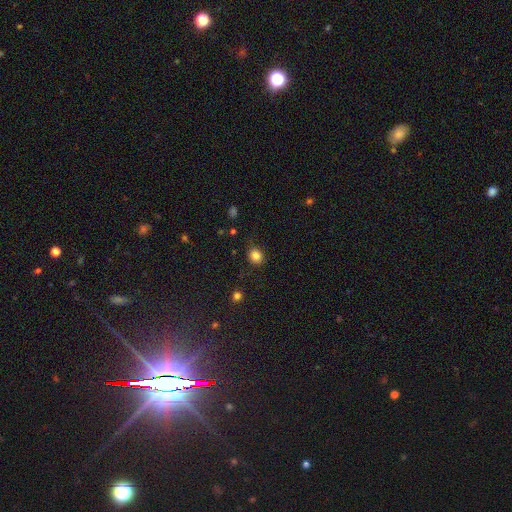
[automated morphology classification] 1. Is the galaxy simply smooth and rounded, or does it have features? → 84% smooth, 11% star or artifact, 5% featured or disk.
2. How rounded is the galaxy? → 73% round, 26% in between, 1% cigar-shaped.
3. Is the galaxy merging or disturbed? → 81% none, 14% minor disturbance, 3% major disturbance, 1% merger.